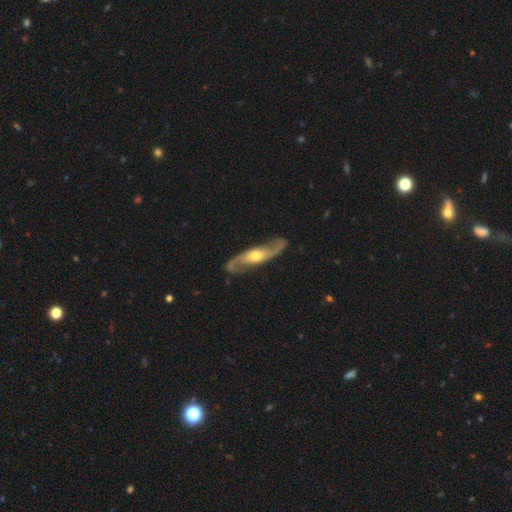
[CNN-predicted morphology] smooth-or-featured: featured or disk: 86% | smooth: 9% | star or artifact: 4%
  disk-edge-on: no: 83% | yes: 17%
    bar: no: 60% | weak: 28% | strong: 11%
    has-spiral-arms: yes: 95% | no: 5%
      spiral-winding: loose: 62% | medium: 30% | tight: 9%
      spiral-arm-count: 2: 93% | can't tell: 3% | 1: 2% | 3: 1% | 4: 1% | more than 4: 1%
    bulge-size: moderate: 67% | small: 23% | large: 8% | none: 1% | dominant: 1%
  merging: none: 83% | minor disturbance: 12% | major disturbance: 4% | merger: 2%